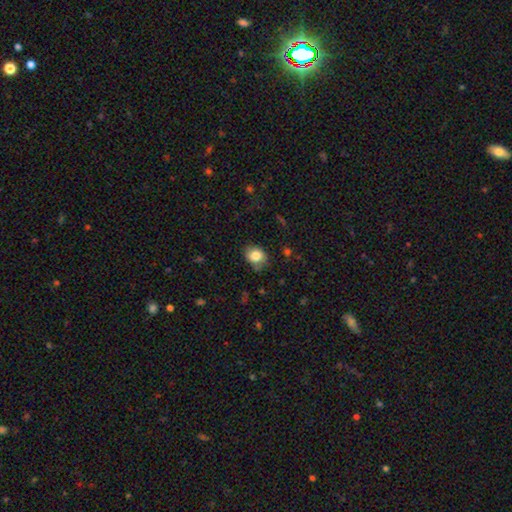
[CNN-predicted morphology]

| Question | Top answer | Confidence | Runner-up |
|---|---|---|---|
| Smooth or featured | smooth | 82% | star or artifact (10%) |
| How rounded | round | 58% | in between (41%) |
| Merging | none | 78% | minor disturbance (17%) |